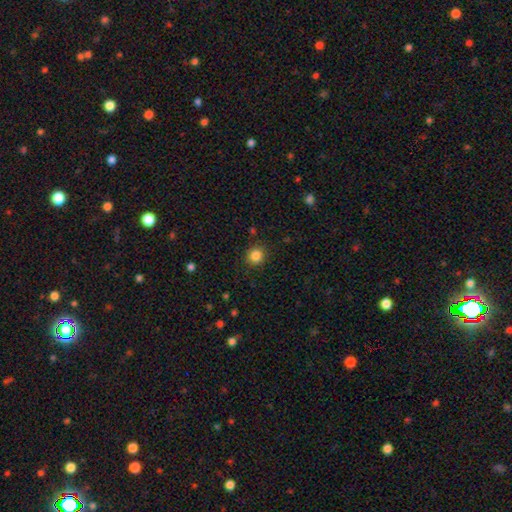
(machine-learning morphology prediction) This is clearly a smooth galaxy (85%). How rounded: clearly round (87%). Merging: clearly none (88%).